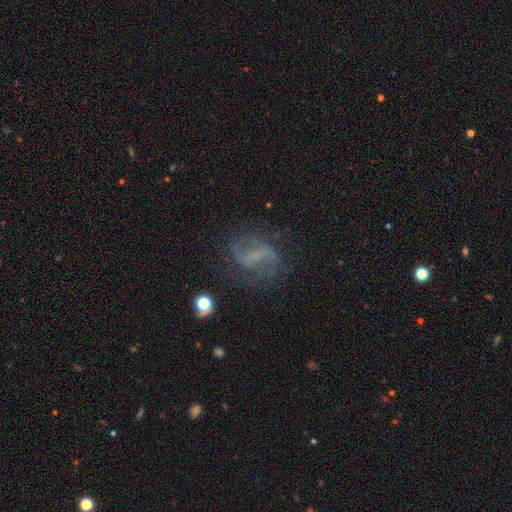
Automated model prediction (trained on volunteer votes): Smooth or featured: featured or disk — 72% (smooth — 17%)
Edge-on disk: no — 96% (yes — 4%)
Bar: weak — 43% (strong — 35%)
Spiral arms: yes — 87% (no — 13%)
Spiral winding: loose — 48% (medium — 38%)
Spiral arm count: 2 — 84% (can't tell — 8%)
Bulge size: none — 49% (small — 38%)
Merging: none — 71% (minor disturbance — 16%)